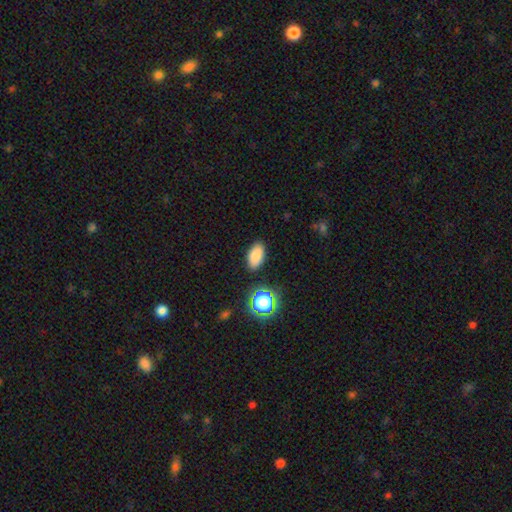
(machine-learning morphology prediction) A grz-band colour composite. It shows a smooth galaxy with no disk features (81%) that is in between round and cigar-shaped (90%). Merging: none (86%).